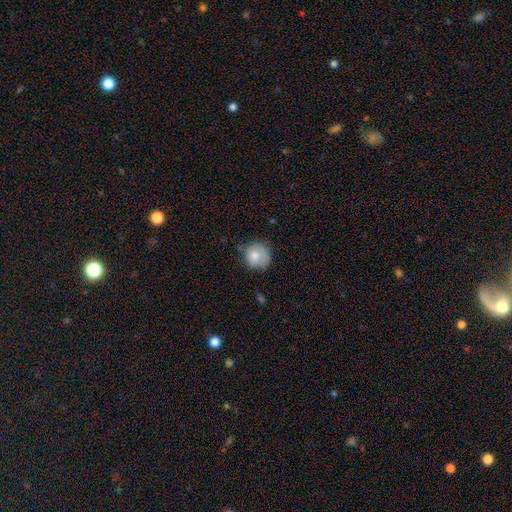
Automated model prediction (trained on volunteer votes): smooth-or-featured: smooth: 79% | featured or disk: 13% | star or artifact: 8%
  how-rounded: round: 86% | in between: 13% | cigar-shaped: 1%
  merging: none: 62% | minor disturbance: 28% | major disturbance: 7% | merger: 2%